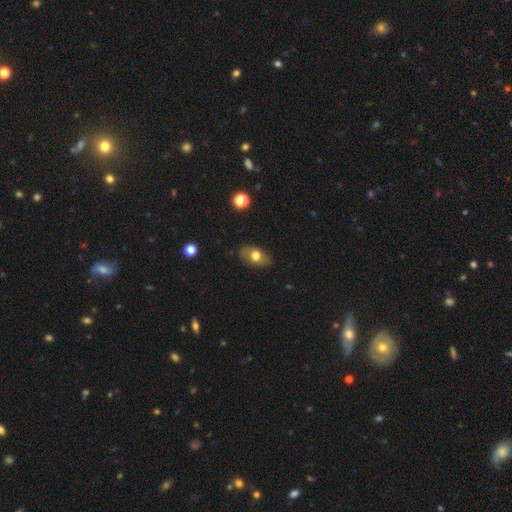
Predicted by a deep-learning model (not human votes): The model was most divided on "smooth or featured": smooth: 67%, featured or disk: 24%, star or artifact: 9%. More confident: how rounded — in between (82%); merging — none (80%).